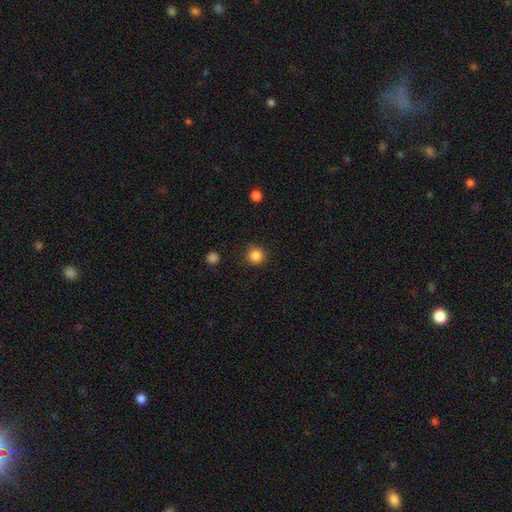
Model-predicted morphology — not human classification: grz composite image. It shows a smooth galaxy with no disk features (86%) that is round (94%). Merging: none (88%).